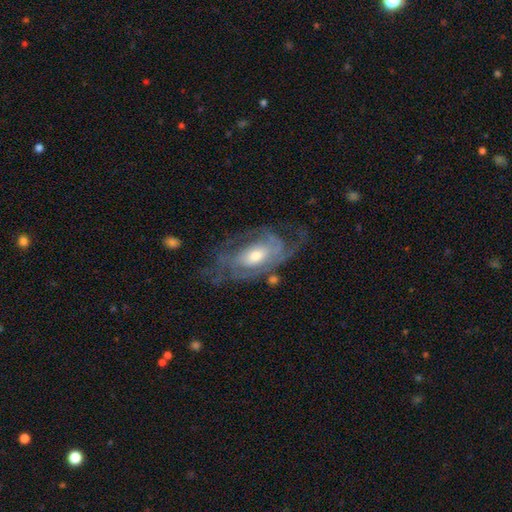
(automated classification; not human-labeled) This appears to be a featured or disk galaxy (84%) with no bar (56%), tight (43%) spiral arms (90%) and a moderate central bulge (65%). Merging: none (55%).